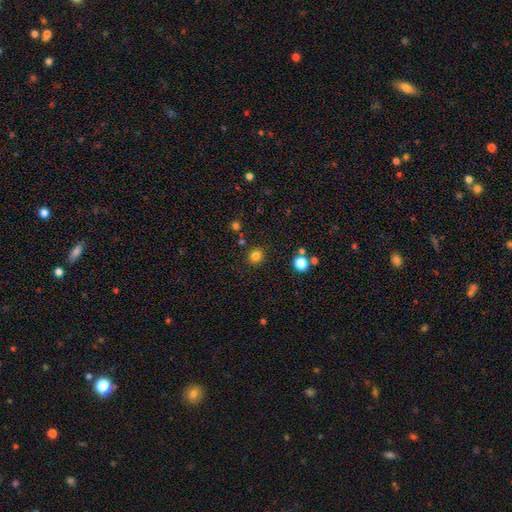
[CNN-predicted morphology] Overall: smooth (80%). How rounded: round (88%). Merging: none (87%).